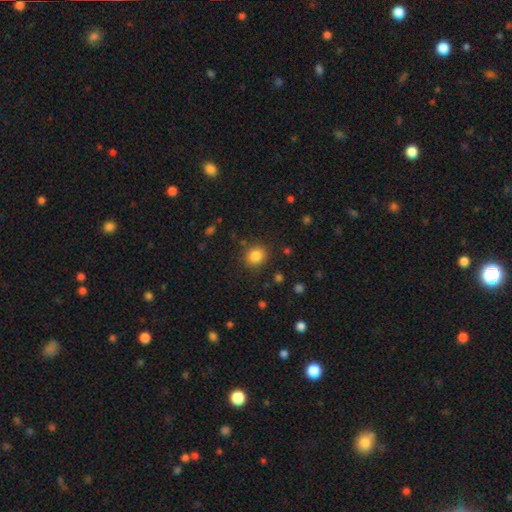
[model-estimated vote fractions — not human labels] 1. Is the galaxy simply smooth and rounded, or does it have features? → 84% smooth, 11% star or artifact, 5% featured or disk.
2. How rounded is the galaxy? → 79% round, 20% in between, 1% cigar-shaped.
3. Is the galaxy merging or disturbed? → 86% none, 9% minor disturbance, 3% major disturbance, 2% merger.